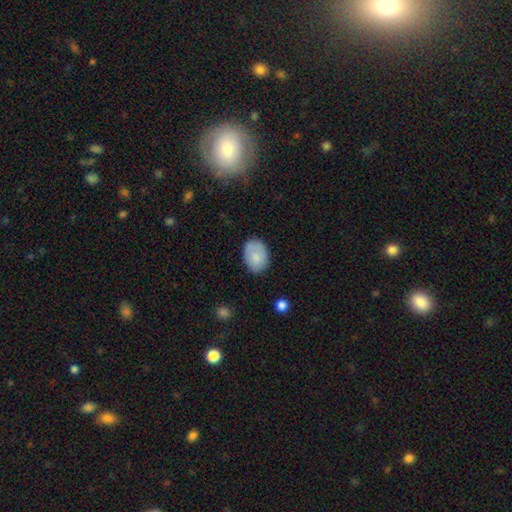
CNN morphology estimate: Smooth or featured? smooth (84%)
How rounded? in between (78%)
Merging? none (78%)